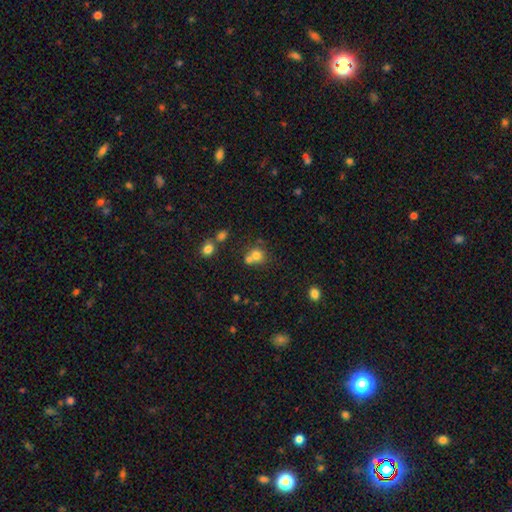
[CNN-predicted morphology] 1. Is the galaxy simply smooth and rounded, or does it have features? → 73% smooth, 14% star or artifact, 12% featured or disk.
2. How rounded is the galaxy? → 83% round, 16% in between, 1% cigar-shaped.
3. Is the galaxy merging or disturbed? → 44% none, 43% merger, 9% minor disturbance, 4% major disturbance.